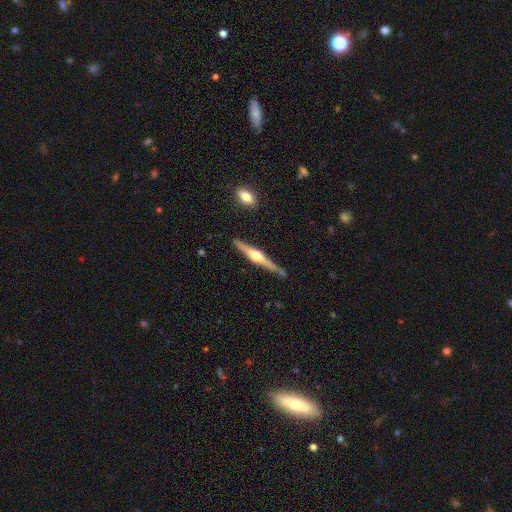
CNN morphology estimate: type=featured or disk (77%); edge-on=yes (98%); edge-on bulge=rounded (92%); merging=none (83%).